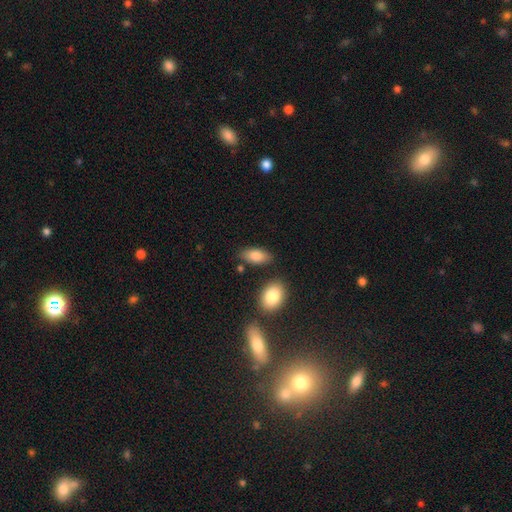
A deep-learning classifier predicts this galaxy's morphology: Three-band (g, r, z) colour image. It shows a smooth galaxy with no disk features (84%) that is in between round and cigar-shaped (91%). Merging: none (78%).